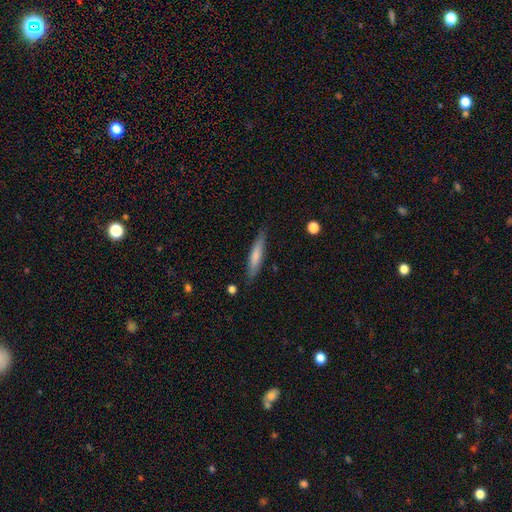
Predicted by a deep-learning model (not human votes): Smooth or featured: smooth — 68% (featured or disk — 26%)
How rounded: cigar-shaped — 90% (in between — 8%)
Merging: none — 85% (minor disturbance — 11%)